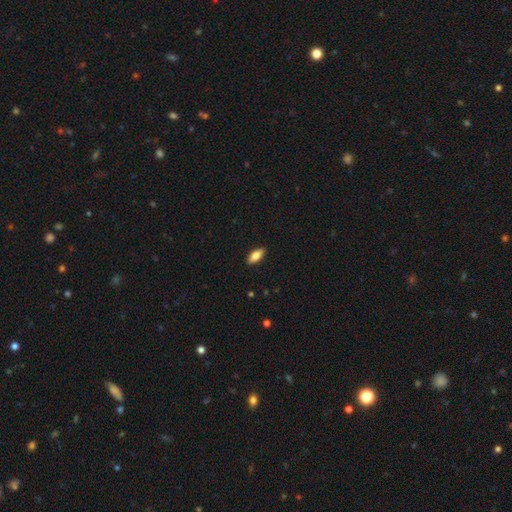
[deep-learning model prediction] Morphology: type=smooth (75%); roundness=in between (82%); merging=none (89%).